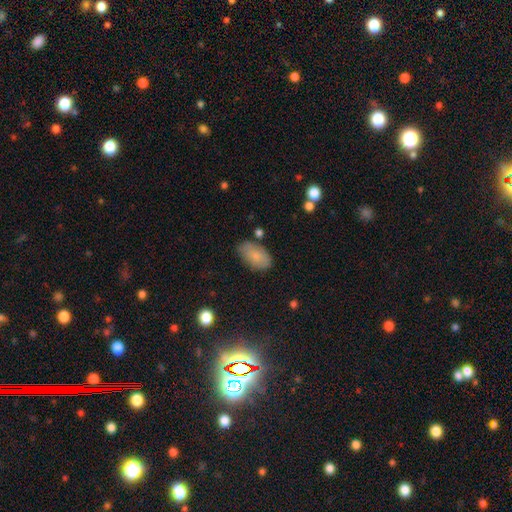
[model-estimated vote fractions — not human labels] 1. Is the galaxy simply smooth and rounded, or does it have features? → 82% smooth, 11% featured or disk, 7% star or artifact.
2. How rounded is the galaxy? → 94% in between, 4% round, 2% cigar-shaped.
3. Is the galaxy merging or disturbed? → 76% none, 17% minor disturbance, 4% major disturbance, 3% merger.